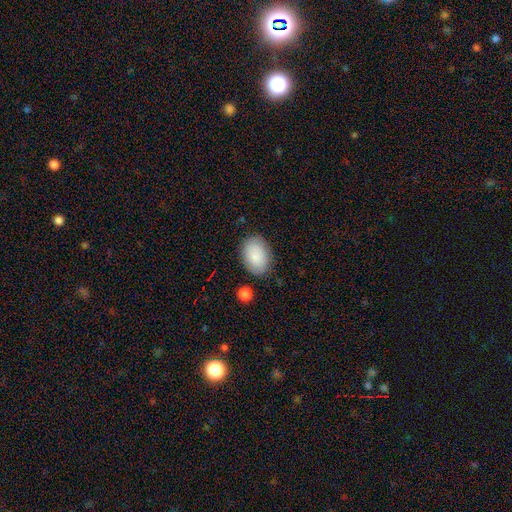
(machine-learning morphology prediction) Q: Smooth or featured?
A: smooth (86%); runner-up: featured or disk (7%)
Q: How rounded?
A: in between (86%); runner-up: round (13%)
Q: Merging?
A: none (82%); runner-up: minor disturbance (13%)